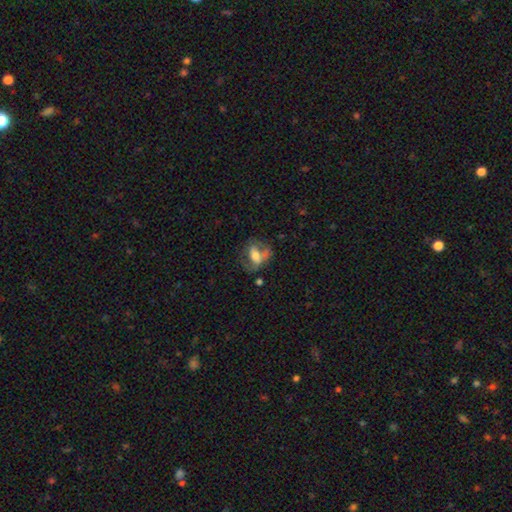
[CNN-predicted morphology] The model was most divided on "smooth or featured": featured or disk: 49%, smooth: 42%, star or artifact: 9%. Remaining: merging — none (39%).